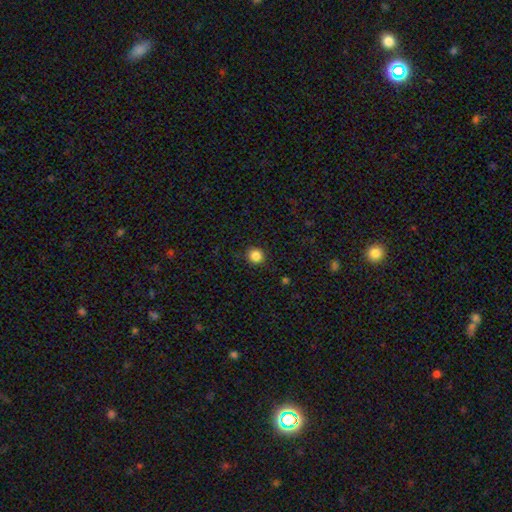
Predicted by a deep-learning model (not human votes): This appears to be a smooth galaxy with no disk features (86%) that is round (91%). Merging: none (91%).